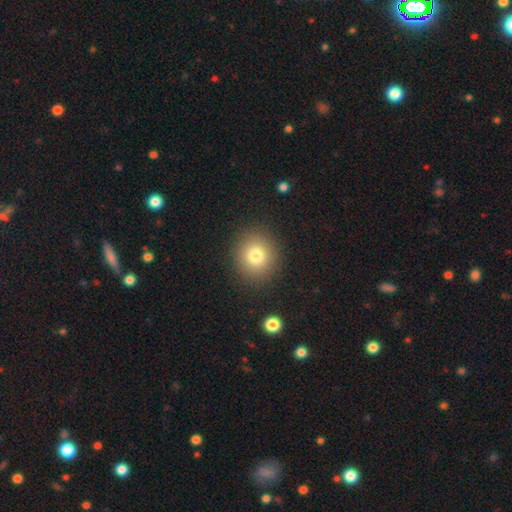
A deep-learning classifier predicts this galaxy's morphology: Smooth or featured? smooth (78%)
How rounded? round (89%)
Merging? none (90%)